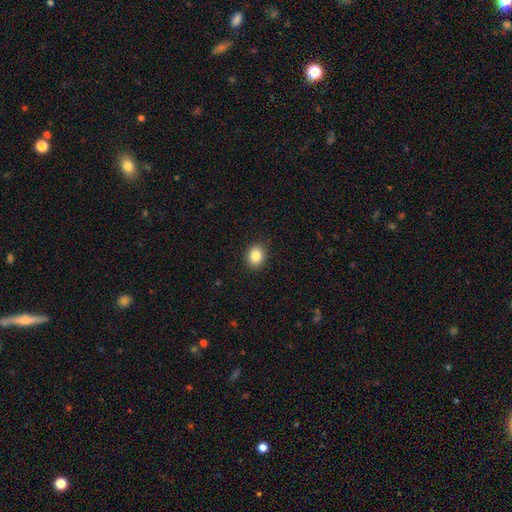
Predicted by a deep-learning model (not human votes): This appears to be a smooth galaxy with no disk features (85%) that is round (58%). Merging: none (91%).